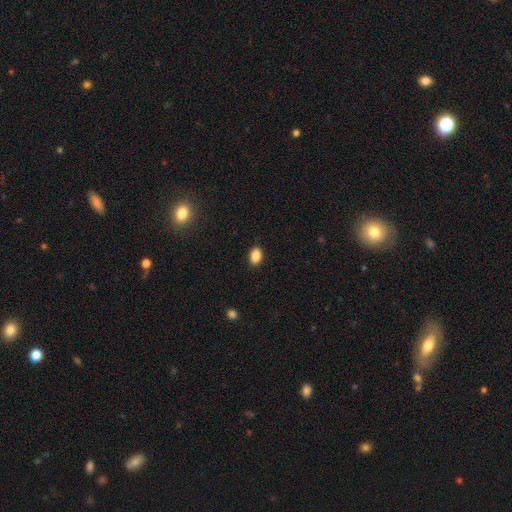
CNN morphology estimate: Smooth or featured? Predicted: smooth (p=0.87). How rounded? Predicted: in between (p=0.83). Merging? Predicted: none (p=0.89).